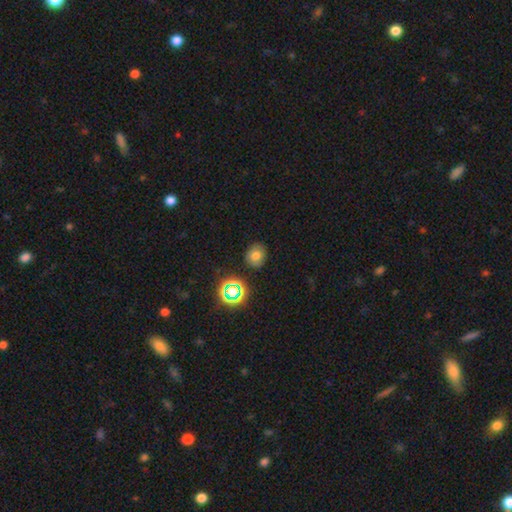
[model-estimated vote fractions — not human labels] Smooth or featured? smooth (68%)
How rounded? round (72%)
Merging? none (82%)